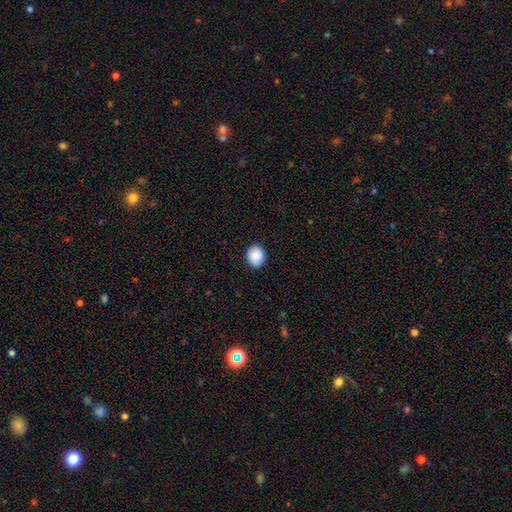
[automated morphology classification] Smooth or featured: smooth — 89% (star or artifact — 8%)
How rounded: round — 79% (in between — 21%)
Merging: none — 89% (minor disturbance — 8%)